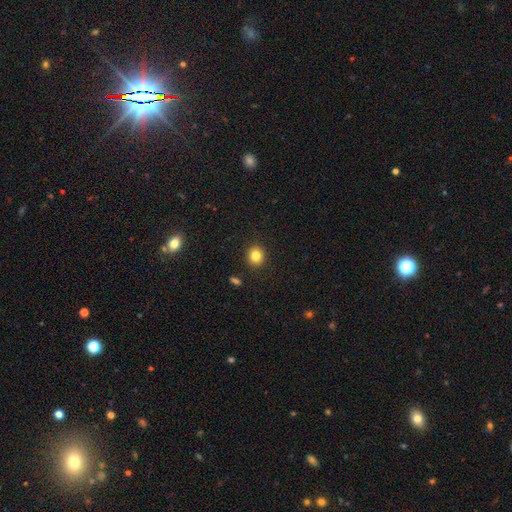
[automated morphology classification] Smooth or featured?
  - smooth: 83% *
  - star or artifact: 11%
  - featured or disk: 6%
How rounded?
  - round: 80% *
  - in between: 19%
  - cigar-shaped: 1%
Merging?
  - none: 91% *
  - minor disturbance: 6%
  - major disturbance: 2%
  - merger: 1%